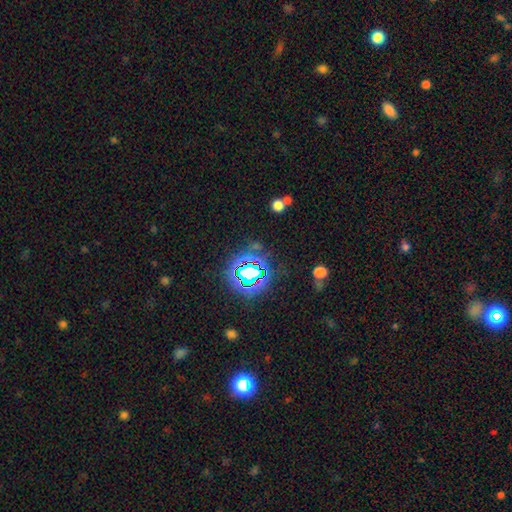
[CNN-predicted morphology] A star or artifact, not a galaxy (76%).